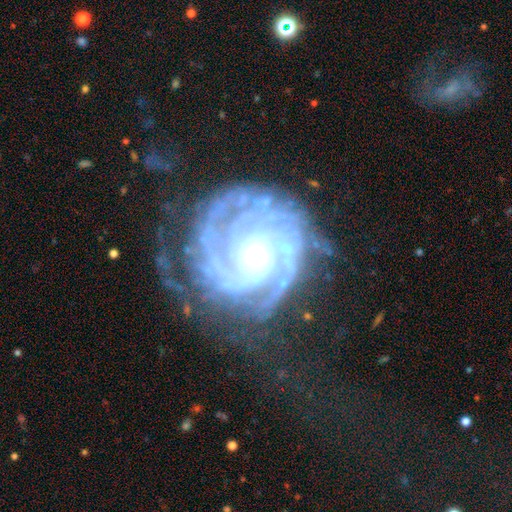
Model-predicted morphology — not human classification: Smooth or featured? featured or disk (91%)
Edge-on disk? no (98%)
Bar? no (73%)
Spiral arms? yes (98%)
Spiral winding? tight (76%)
Spiral arm count? 3 (23%)
Bulge size? small (55%)
Merging? none (64%)